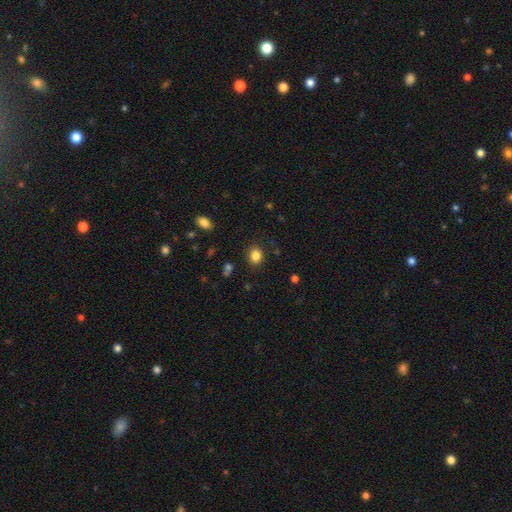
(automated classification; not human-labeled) This appears to be a smooth galaxy with no disk features (84%) that is round (59%). Merging: none (85%).